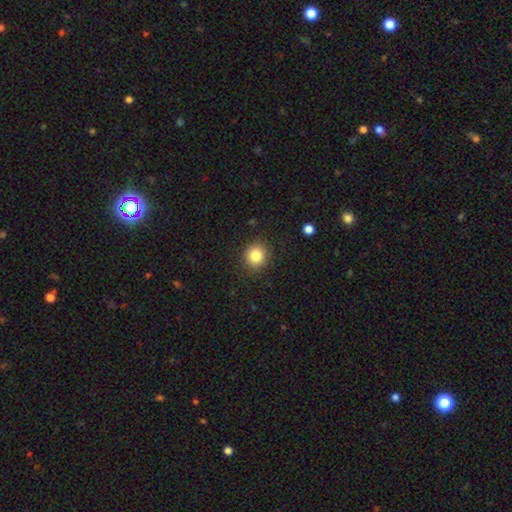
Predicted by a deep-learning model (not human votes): Overall: smooth (82%). How rounded: round (84%). Merging: none (89%).